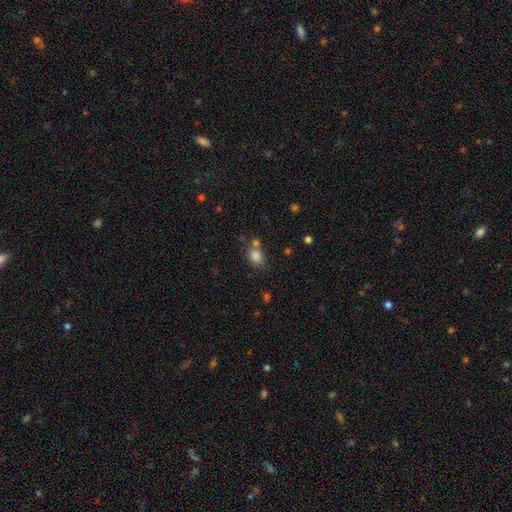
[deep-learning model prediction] Smooth or featured? Predicted: smooth (p=0.82). How rounded? Predicted: round (p=0.50). Merging? Predicted: none (p=0.57).